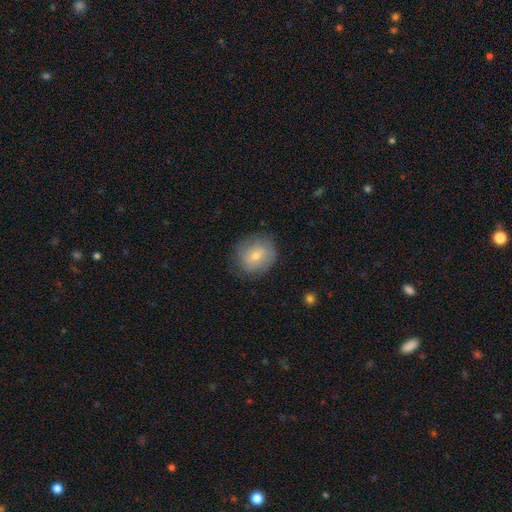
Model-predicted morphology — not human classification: A smooth galaxy with no disk features (62%) that is round (71%). Merging: none (79%).